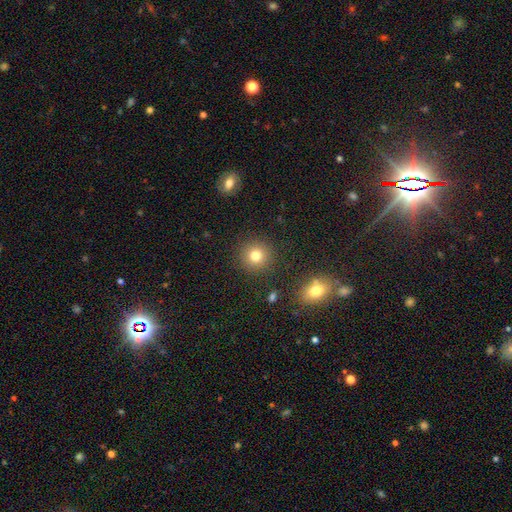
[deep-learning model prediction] Overall: smooth (78%). How rounded: round (93%). Merging: none (89%).